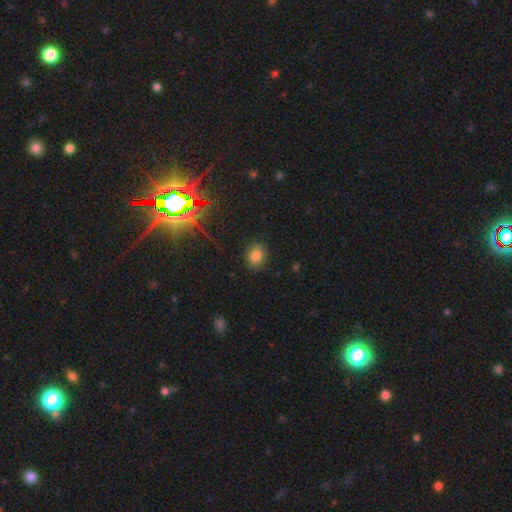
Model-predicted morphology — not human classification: This appears to be a smooth galaxy with no disk features (79%) that is round (52%). Merging: none (86%).